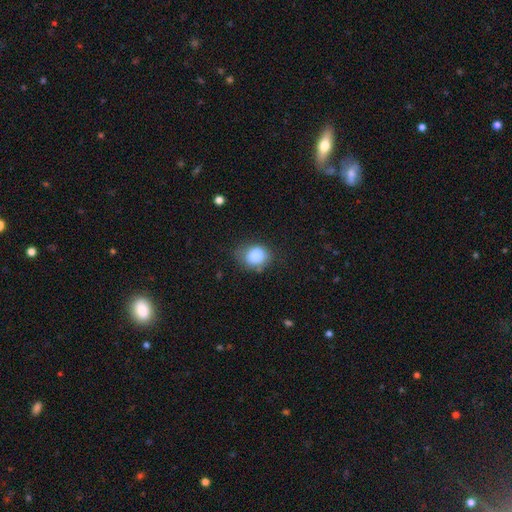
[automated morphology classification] A smooth galaxy with no disk features (85%) that is round (58%). Merging: none (58%).